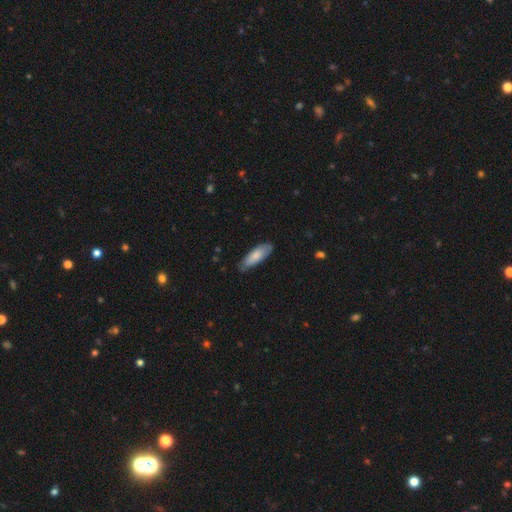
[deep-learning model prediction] Overall: smooth (79%). How rounded: in between (54%; cigar-shaped 44%). Merging: none (76%).